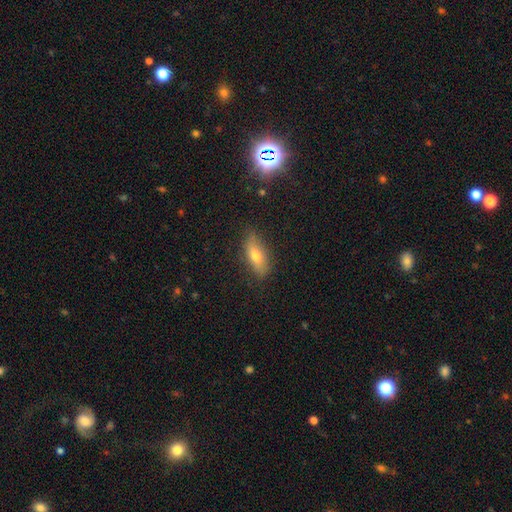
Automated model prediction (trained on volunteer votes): Smooth or featured?
  - smooth: 64% *
  - featured or disk: 27%
  - star or artifact: 10%
How rounded?
  - in between: 67% *
  - cigar-shaped: 29%
  - round: 4%
Merging?
  - none: 81% *
  - minor disturbance: 15%
  - major disturbance: 3%
  - merger: 1%